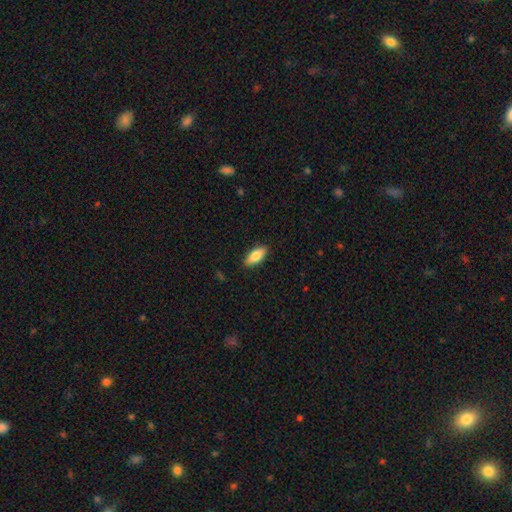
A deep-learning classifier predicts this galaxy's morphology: type=smooth (80%); roundness=in between (83%); merging=none (89%).